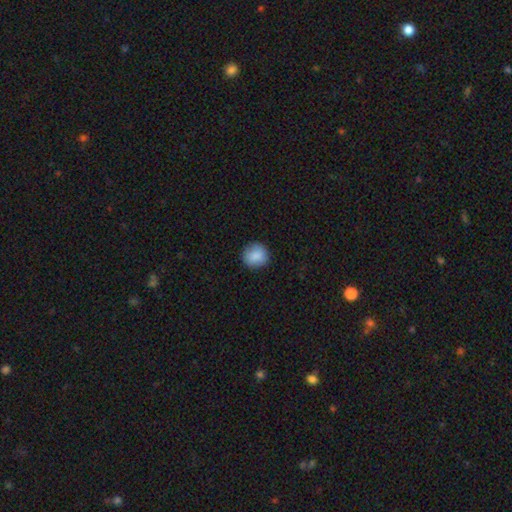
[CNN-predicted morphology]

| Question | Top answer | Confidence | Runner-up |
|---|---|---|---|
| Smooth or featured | smooth | 88% | star or artifact (8%) |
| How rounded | round | 91% | in between (8%) |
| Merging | none | 89% | minor disturbance (8%) |